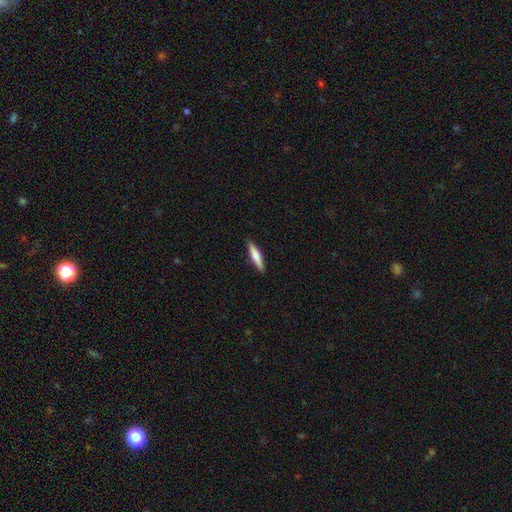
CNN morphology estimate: smooth-or-featured: smooth: 70% | featured or disk: 24% | star or artifact: 5%
  how-rounded: cigar-shaped: 82% | in between: 16% | round: 1%
  merging: none: 90% | minor disturbance: 7% | major disturbance: 2% | merger: 1%